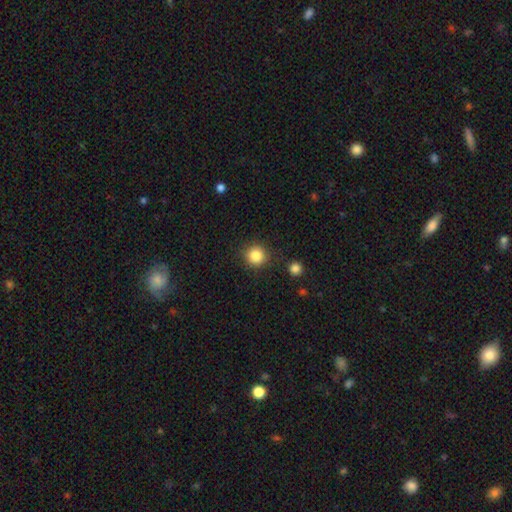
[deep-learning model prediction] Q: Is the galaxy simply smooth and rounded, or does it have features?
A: smooth — 85%.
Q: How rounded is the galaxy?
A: round — 93%.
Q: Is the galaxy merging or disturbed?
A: none — 87%.